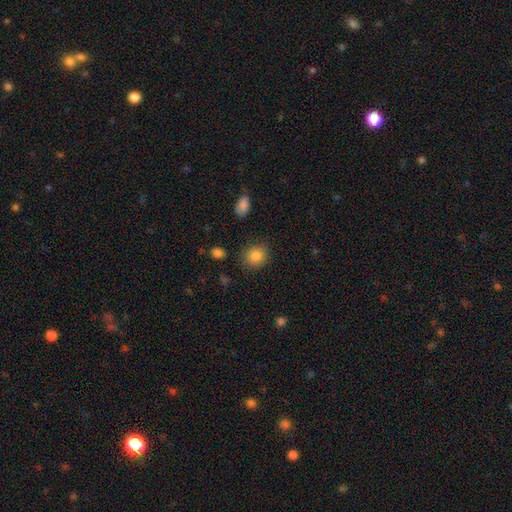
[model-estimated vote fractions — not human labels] Q: Smooth or featured?
A: smooth (84%); runner-up: star or artifact (10%)
Q: How rounded?
A: round (81%); runner-up: in between (18%)
Q: Merging?
A: none (87%); runner-up: minor disturbance (9%)